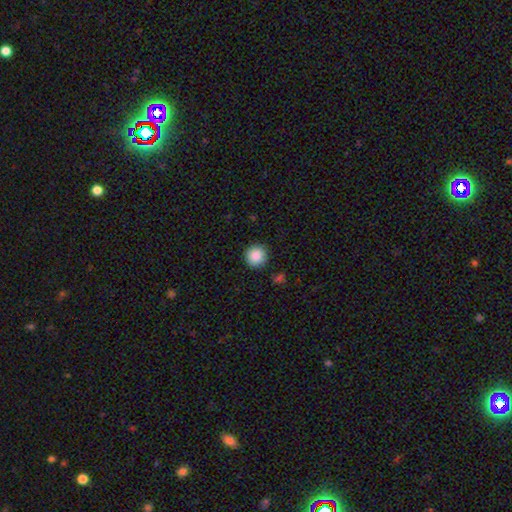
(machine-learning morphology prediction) A smooth galaxy with no disk features (88%) that is round (95%). Merging: none (90%).